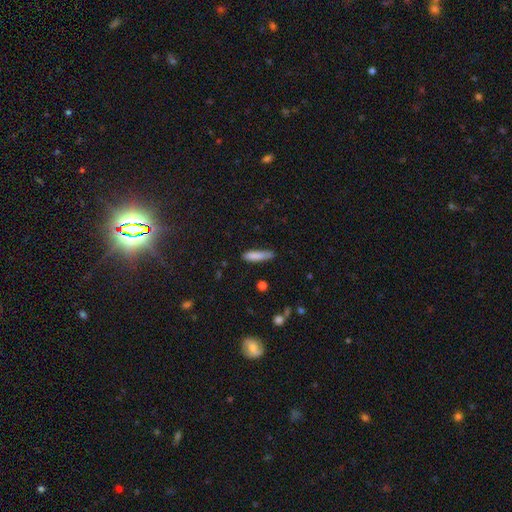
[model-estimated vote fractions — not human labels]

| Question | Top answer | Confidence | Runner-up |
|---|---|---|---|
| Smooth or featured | smooth | 83% | featured or disk (10%) |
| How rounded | cigar-shaped | 79% | in between (20%) |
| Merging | none | 68% | minor disturbance (24%) |